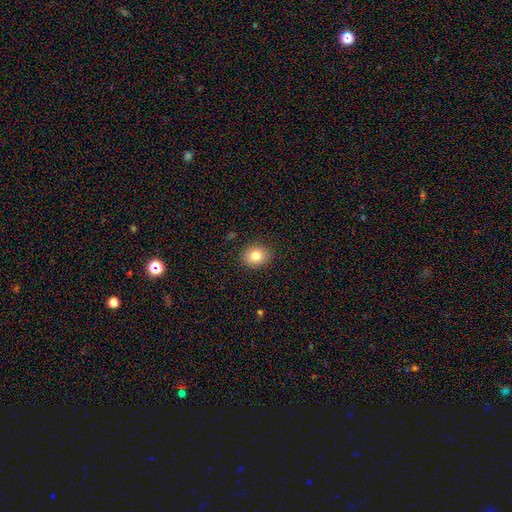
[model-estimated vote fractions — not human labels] Smooth or featured?
  - smooth: 81% *
  - star or artifact: 10%
  - featured or disk: 9%
How rounded?
  - round: 64% *
  - in between: 35%
  - cigar-shaped: 1%
Merging?
  - none: 90% *
  - minor disturbance: 7%
  - major disturbance: 2%
  - merger: 1%